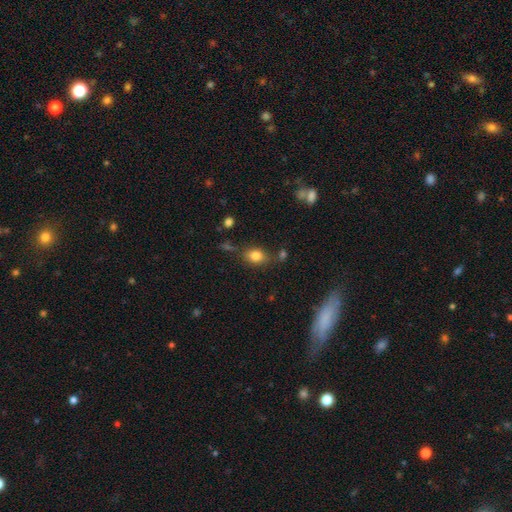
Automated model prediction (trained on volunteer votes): Smooth or featured?
  - smooth: 81% *
  - star or artifact: 11%
  - featured or disk: 8%
How rounded?
  - in between: 68% *
  - round: 30%
  - cigar-shaped: 2%
Merging?
  - none: 74% *
  - minor disturbance: 15%
  - merger: 6%
  - major disturbance: 5%